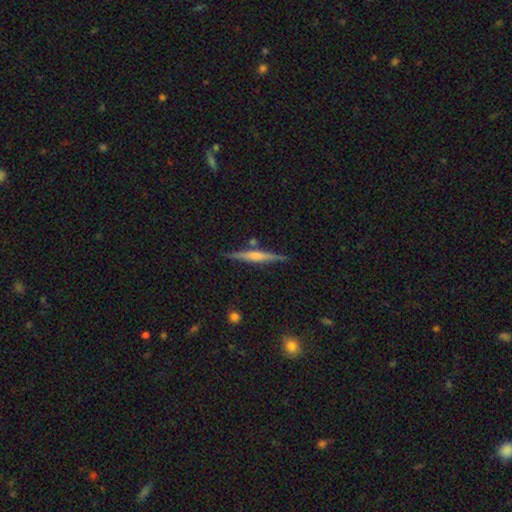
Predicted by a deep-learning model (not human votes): The model was most divided on "edge-on bulge": rounded: 52%, none: 25%, boxy: 23%. More confident: edge-on disk — yes (97%); merging — none (84%); smooth or featured — featured or disk (62%).